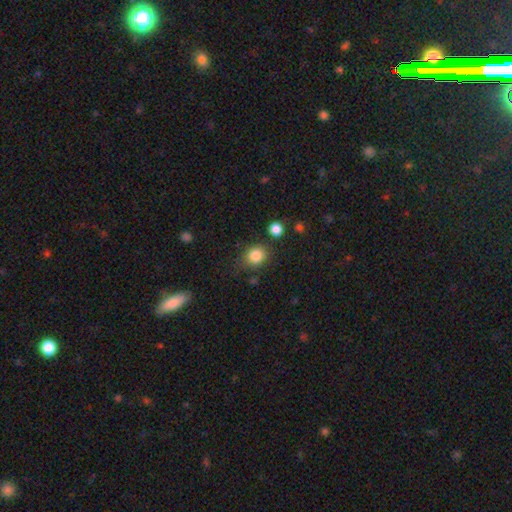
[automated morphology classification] smooth-or-featured: smooth: 84% | star or artifact: 10% | featured or disk: 5%
  how-rounded: round: 69% | in between: 30% | cigar-shaped: 1%
  merging: none: 76% | minor disturbance: 14% | merger: 5% | major disturbance: 4%